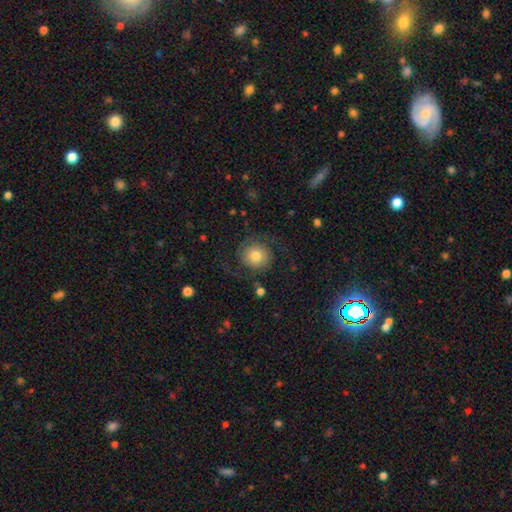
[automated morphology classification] A smooth galaxy with no disk features (56%) that is round (88%).

Vote fractions:
- Smooth or featured? smooth: 56% / featured or disk: 34% / star or artifact: 10%
- How rounded? round: 88% / in between: 11% / cigar-shaped: 1%
- Merging? none: 70% / major disturbance: 14% / minor disturbance: 13% / merger: 2%